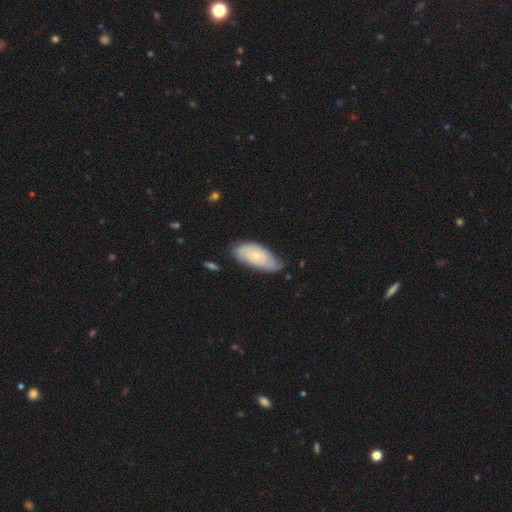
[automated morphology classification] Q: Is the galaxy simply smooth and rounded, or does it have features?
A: featured or disk — 65%.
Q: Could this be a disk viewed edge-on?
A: no — 93%.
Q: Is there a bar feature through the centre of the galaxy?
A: no — 77%.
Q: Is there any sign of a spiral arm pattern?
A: yes — 86%.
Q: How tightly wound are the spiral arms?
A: tight — 64%.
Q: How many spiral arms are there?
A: can't tell — 40%.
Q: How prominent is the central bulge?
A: small — 67%.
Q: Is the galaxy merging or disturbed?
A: none — 60%.